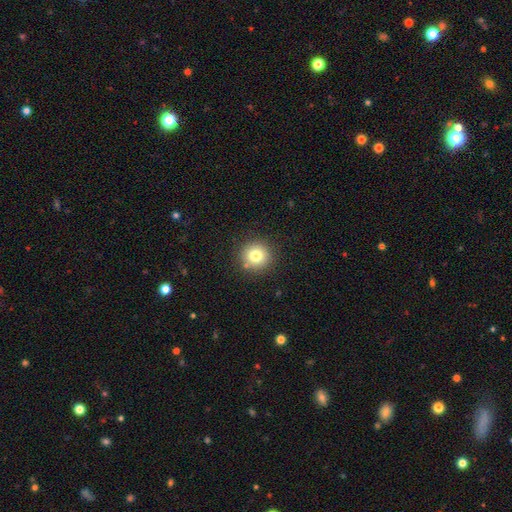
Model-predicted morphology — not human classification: smooth-or-featured: smooth: 79% | star or artifact: 12% | featured or disk: 9%
  how-rounded: round: 94% | in between: 5% | cigar-shaped: 1%
  merging: none: 88% | minor disturbance: 7% | merger: 3% | major disturbance: 2%